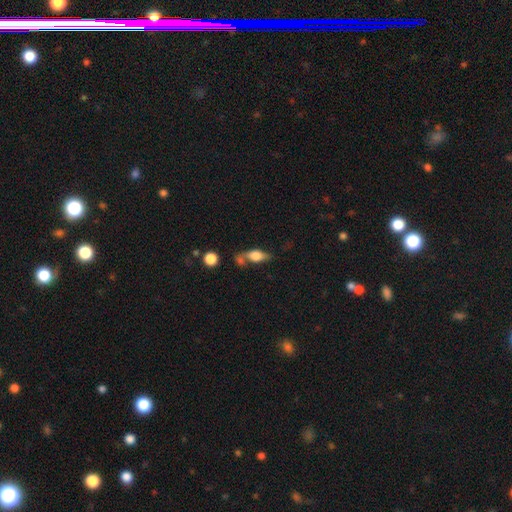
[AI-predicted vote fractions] Smooth or featured?
  - smooth: 58% *
  - featured or disk: 33%
  - star or artifact: 9%
How rounded?
  - in between: 71% *
  - cigar-shaped: 19%
  - round: 10%
Merging?
  - none: 44% *
  - merger: 24%
  - minor disturbance: 20%
  - major disturbance: 11%